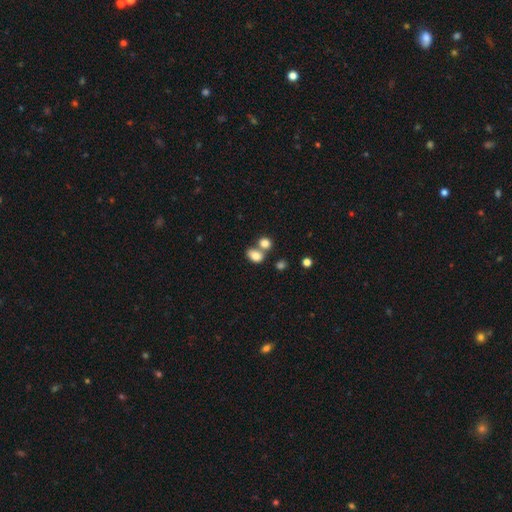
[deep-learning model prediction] The model was most divided on "merging": merger: 45%, none: 40%, minor disturbance: 11%, major disturbance: 4%. More confident: smooth or featured — smooth (81%); how rounded — in between (76%).